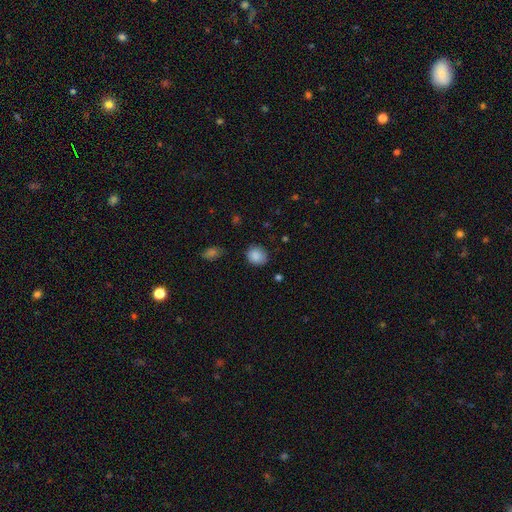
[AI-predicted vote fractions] Smooth or featured: smooth — 87% (star or artifact — 9%)
How rounded: round — 66% (in between — 33%)
Merging: none — 77% (minor disturbance — 18%)